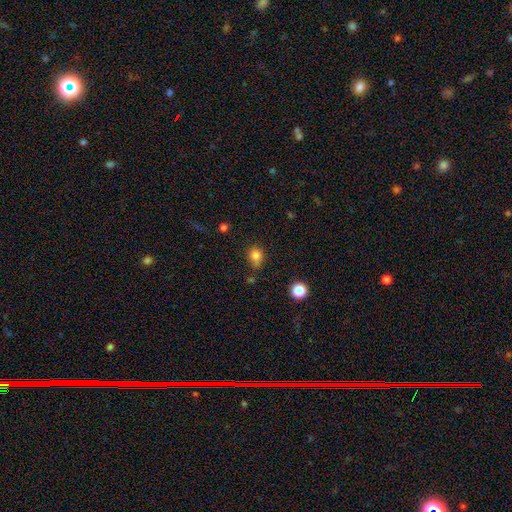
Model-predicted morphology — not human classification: Smooth or featured?
  - smooth: 81% *
  - star or artifact: 13%
  - featured or disk: 6%
How rounded?
  - round: 74% *
  - in between: 25%
  - cigar-shaped: 1%
Merging?
  - none: 62% *
  - minor disturbance: 25%
  - merger: 6%
  - major disturbance: 6%